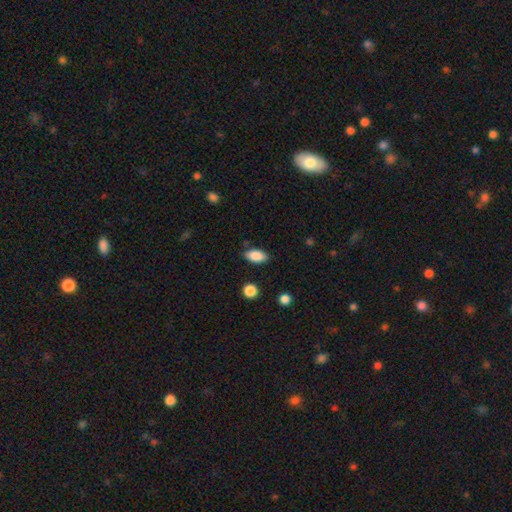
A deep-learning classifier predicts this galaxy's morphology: type=smooth (87%); roundness=in between (90%); merging=none (83%).